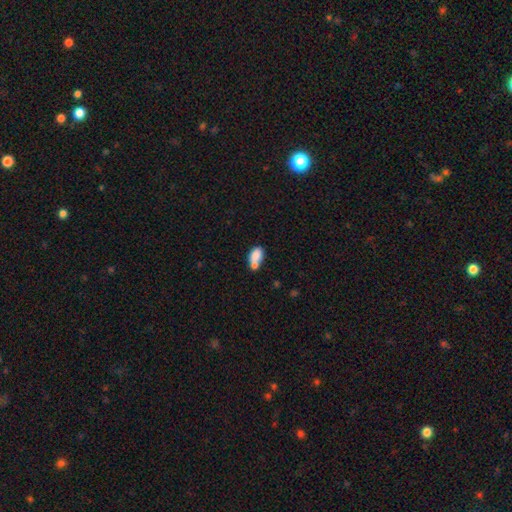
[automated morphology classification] Smooth or featured? Predicted: smooth (p=0.79). How rounded? Predicted: in between (p=0.83). Merging? Predicted: merger (p=0.49).